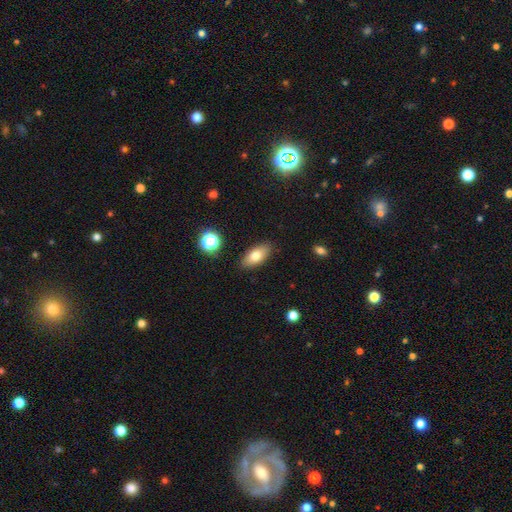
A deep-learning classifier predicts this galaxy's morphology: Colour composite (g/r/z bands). It shows a smooth galaxy with no disk features (78%) that is in between round and cigar-shaped (86%). Merging: none (87%).